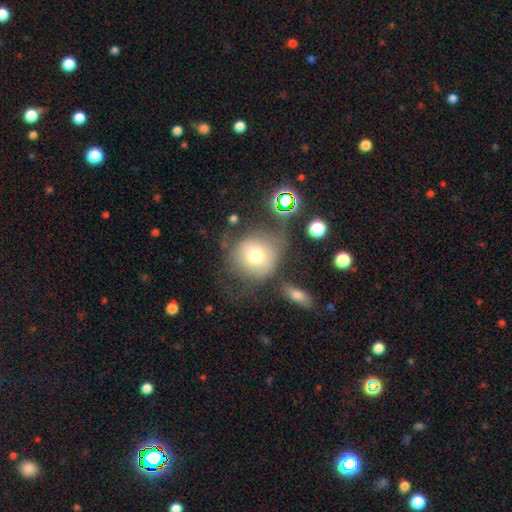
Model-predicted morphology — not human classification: This is likely a smooth galaxy (66%). How rounded: clearly round (88%). Merging: possibly none (50%).